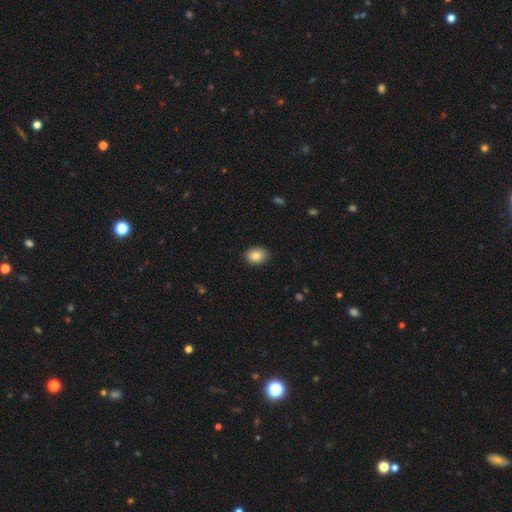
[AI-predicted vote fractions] Smooth or featured?
  - smooth: 84% *
  - star or artifact: 8%
  - featured or disk: 7%
How rounded?
  - in between: 59% *
  - round: 40%
  - cigar-shaped: 1%
Merging?
  - none: 89% *
  - minor disturbance: 8%
  - major disturbance: 2%
  - merger: 1%